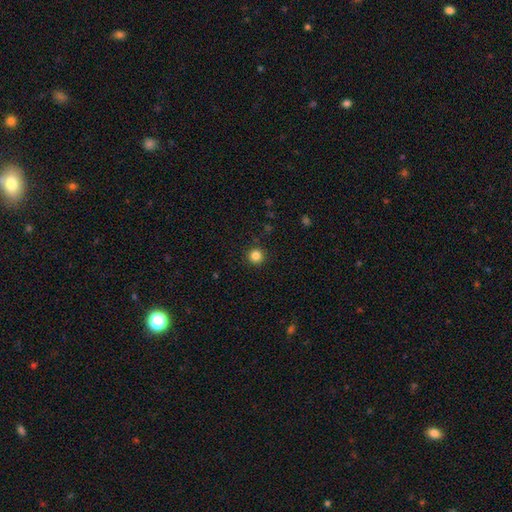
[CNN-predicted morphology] A smooth galaxy with no disk features (84%) that is round (96%). Merging: none (92%).